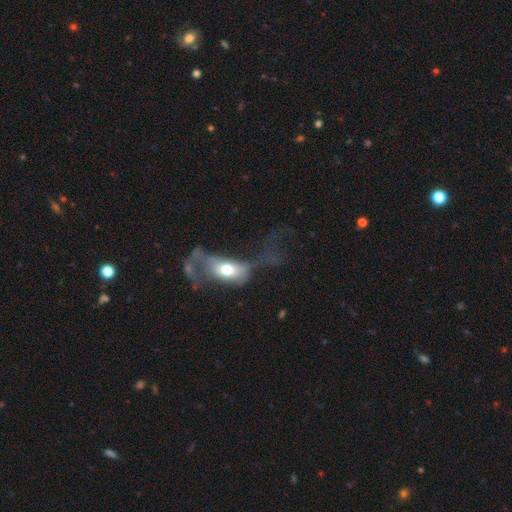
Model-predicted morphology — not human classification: Overall: featured or disk (61%; smooth 25%). Edge-on disk: no (87%). Bar: no (74%). Spiral arms: no (52%; yes 48%). Bulge size: moderate (63%). Merging: major disturbance (57%; merger 17%).